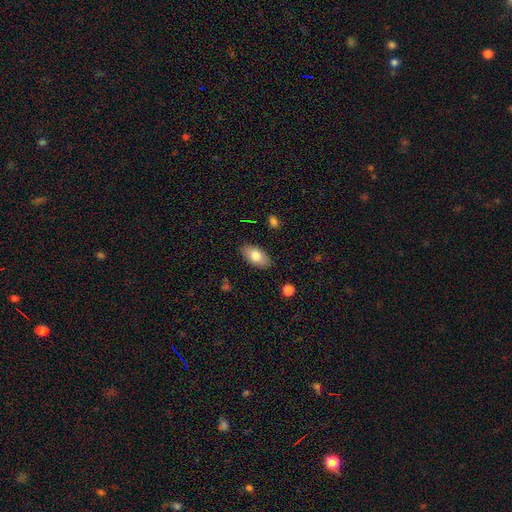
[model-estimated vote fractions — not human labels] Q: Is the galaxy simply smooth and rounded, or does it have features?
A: smooth — 77%.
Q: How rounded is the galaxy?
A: in between — 93%.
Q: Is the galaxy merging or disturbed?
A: none — 87%.